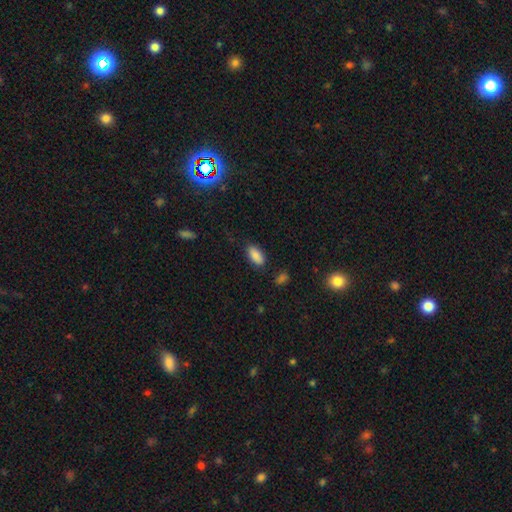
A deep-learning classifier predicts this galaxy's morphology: smooth 87%, star or artifact 8%, featured or disk 5%. Down the decision tree: how rounded — in between (91%); merging — none (84%).